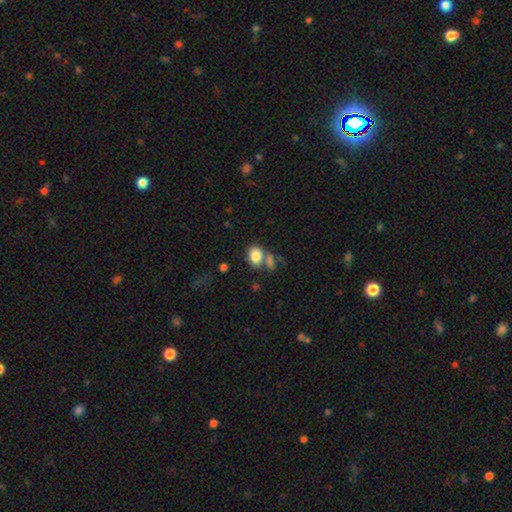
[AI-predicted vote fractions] This is clearly a smooth galaxy (83%). How rounded: likely in between (71%). Merging: possibly none (51%).